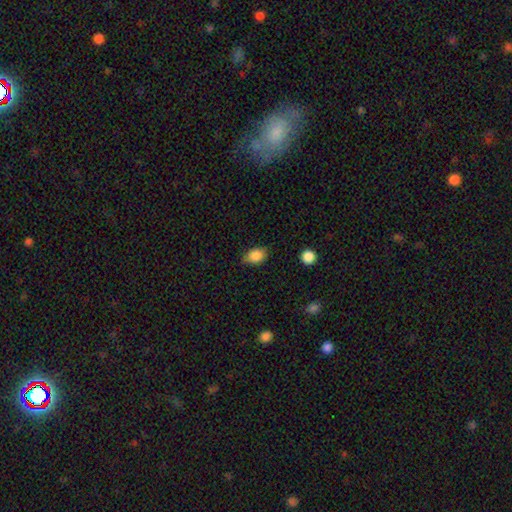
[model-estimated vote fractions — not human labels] This appears to be a smooth galaxy with no disk features (86%) that is in between round and cigar-shaped (75%). Merging: none (75%).